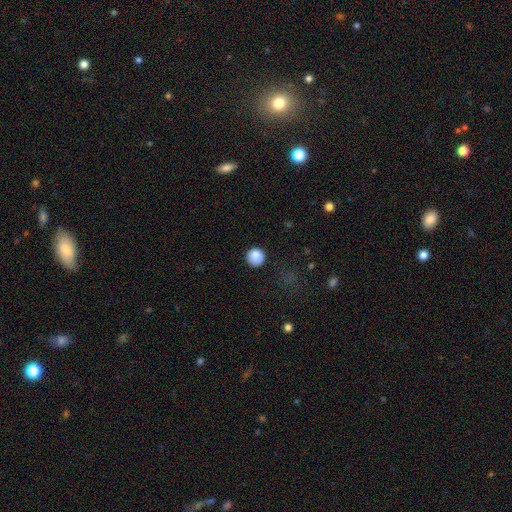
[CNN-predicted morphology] The model was most divided on "merging": none: 85%, minor disturbance: 11%, major disturbance: 3%, merger: 1%. More confident: how rounded — round (94%); smooth or featured — smooth (86%).